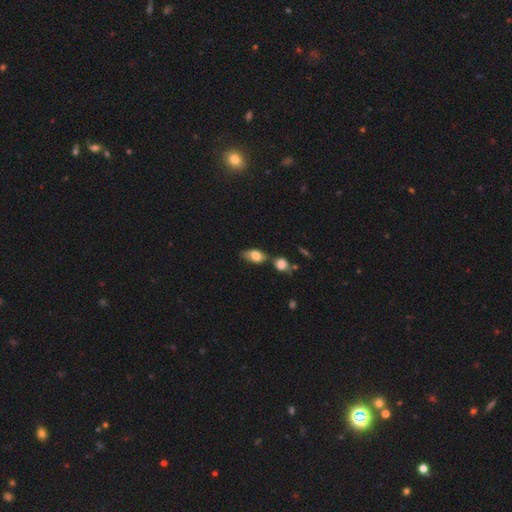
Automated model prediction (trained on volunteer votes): Smooth or featured? smooth (76%)
How rounded? in between (89%)
Merging? none (50%)